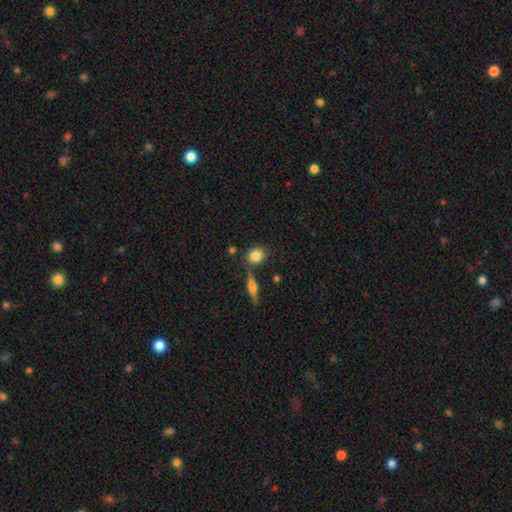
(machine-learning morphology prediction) A smooth galaxy with no disk features (84%) that is round (68%).

Vote fractions:
- Smooth or featured? smooth: 84% / featured or disk: 8% / star or artifact: 8%
- How rounded? round: 68% / in between: 29% / cigar-shaped: 3%
- Merging? none: 76% / minor disturbance: 12% / merger: 9% / major disturbance: 3%